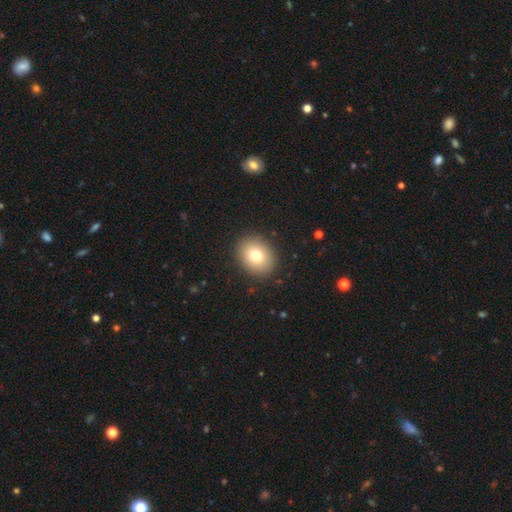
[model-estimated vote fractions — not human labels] A smooth galaxy with no disk features (76%) that is round (55%).

Vote fractions:
- Smooth or featured? smooth: 76% / featured or disk: 13% / star or artifact: 11%
- How rounded? round: 55% / in between: 44% / cigar-shaped: 1%
- Merging? none: 89% / minor disturbance: 7% / major disturbance: 2% / merger: 1%